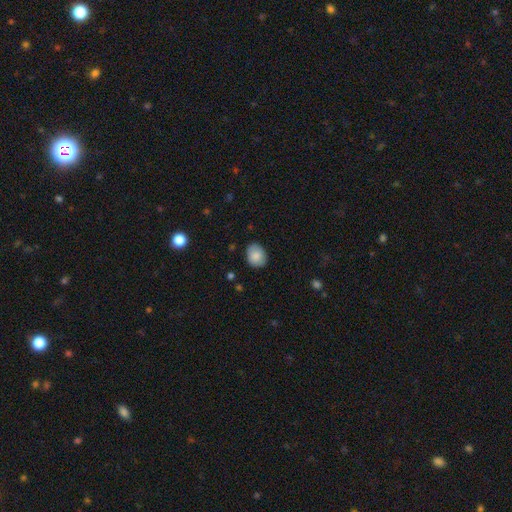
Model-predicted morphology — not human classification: Q: Smooth or featured?
A: smooth (85%); runner-up: featured or disk (8%)
Q: How rounded?
A: in between (55%); runner-up: round (44%)
Q: Merging?
A: none (82%); runner-up: minor disturbance (14%)